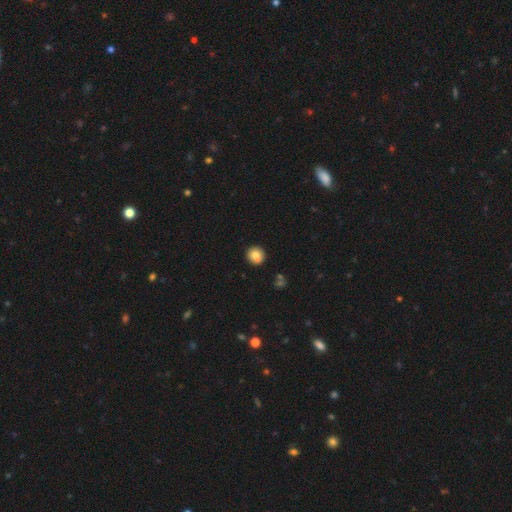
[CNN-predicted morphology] Smooth or featured: smooth — 81% (featured or disk — 10%)
How rounded: round — 90% (in between — 9%)
Merging: none — 80% (minor disturbance — 11%)